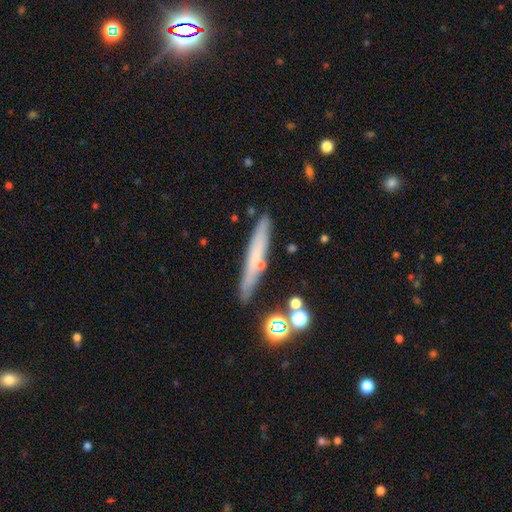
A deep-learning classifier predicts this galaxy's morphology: Smooth or featured: smooth — 51% (featured or disk — 38%)
How rounded: cigar-shaped — 93% (in between — 5%)
Merging: none — 81% (minor disturbance — 11%)